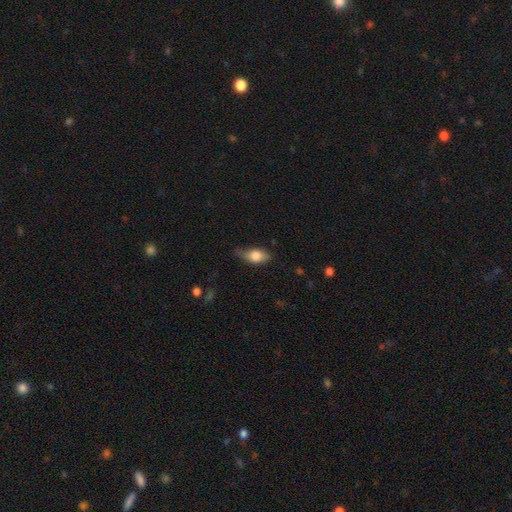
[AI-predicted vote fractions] smooth-or-featured: smooth: 77% | featured or disk: 16% | star or artifact: 7%
  how-rounded: in between: 86% | cigar-shaped: 8% | round: 6%
  merging: none: 54% | minor disturbance: 36% | major disturbance: 8% | merger: 2%